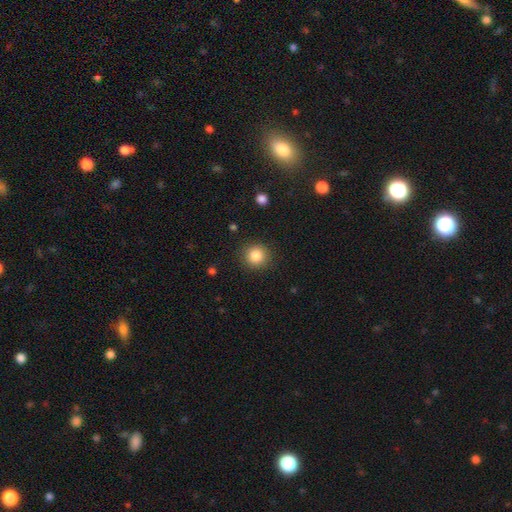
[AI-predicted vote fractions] Overall: smooth (85%). How rounded: round (92%). Merging: none (89%).